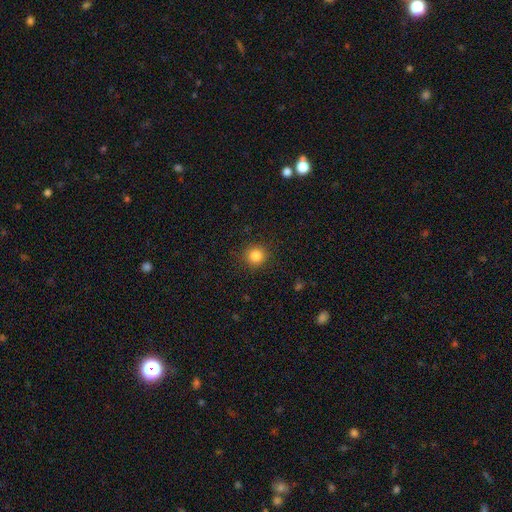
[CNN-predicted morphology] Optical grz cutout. It shows a smooth galaxy with no disk features (85%) that is round (93%). Merging: none (90%).